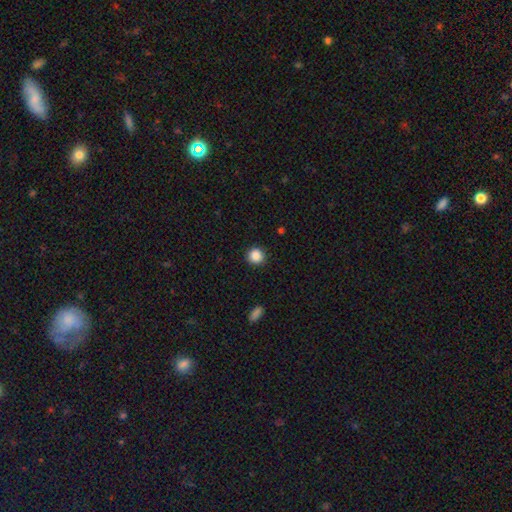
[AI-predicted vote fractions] smooth 87%, star or artifact 10%, featured or disk 3%. Down the decision tree: how rounded — round (91%); merging — none (91%).